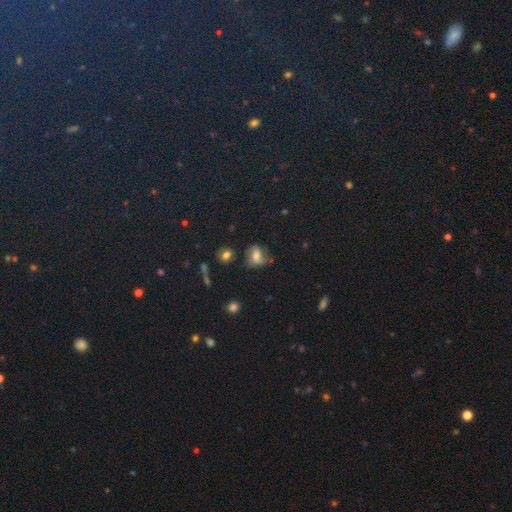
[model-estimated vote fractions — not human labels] Morphology: type=smooth (57%); roundness=in between (68%); merging=none (43%).